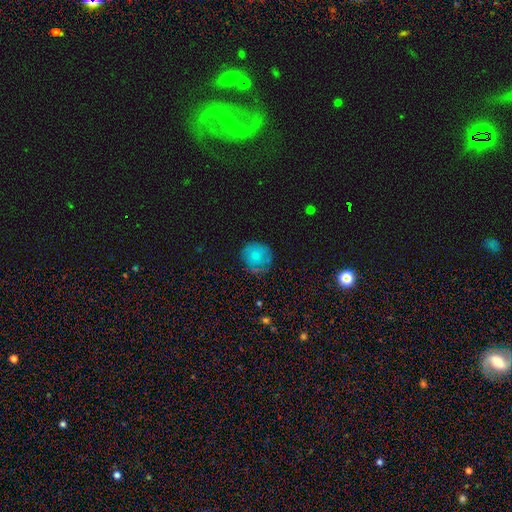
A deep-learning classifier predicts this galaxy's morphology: The model was most divided on "smooth or featured": smooth: 62%, featured or disk: 24%, star or artifact: 14%. More confident: how rounded — round (89%); merging — none (75%).